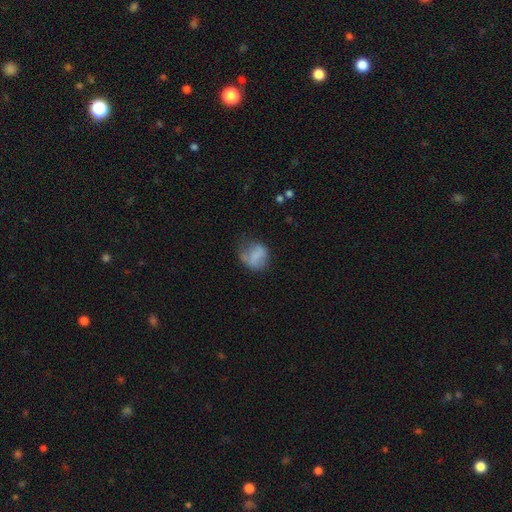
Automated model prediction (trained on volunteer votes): smooth_or_featured: smooth (p=0.68) [alt: featured or disk p=0.22]
how_rounded: round (p=0.58) [alt: in between p=0.41]
merging: none (p=0.44) [alt: minor disturbance p=0.31]